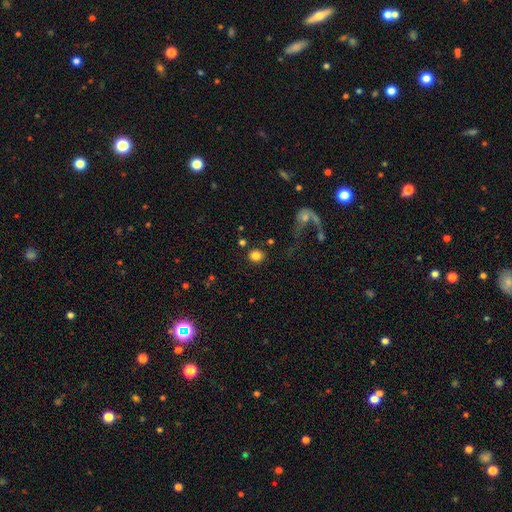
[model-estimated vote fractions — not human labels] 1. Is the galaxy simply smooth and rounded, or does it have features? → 82% smooth, 10% star or artifact, 8% featured or disk.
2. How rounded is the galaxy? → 77% round, 22% in between, 1% cigar-shaped.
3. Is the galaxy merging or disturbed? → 80% none, 8% minor disturbance, 7% merger, 5% major disturbance.